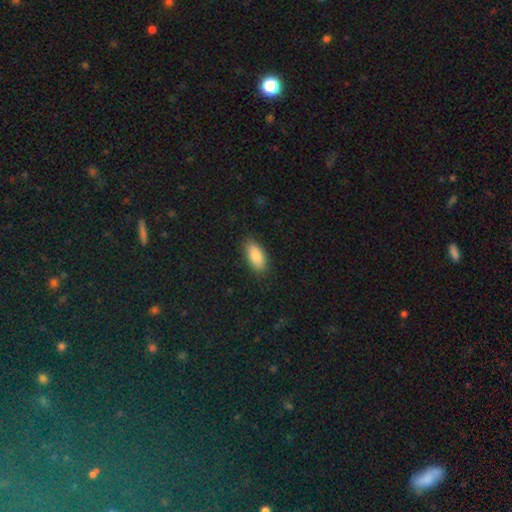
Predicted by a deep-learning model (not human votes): A smooth galaxy with no disk features (85%) that is in between round and cigar-shaped (90%). Merging: none (86%).